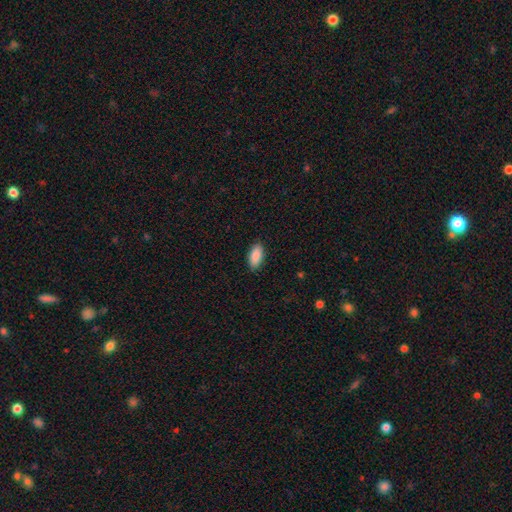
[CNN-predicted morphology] This is clearly a smooth galaxy (90%). How rounded: clearly in between (90%). Merging: clearly none (88%).